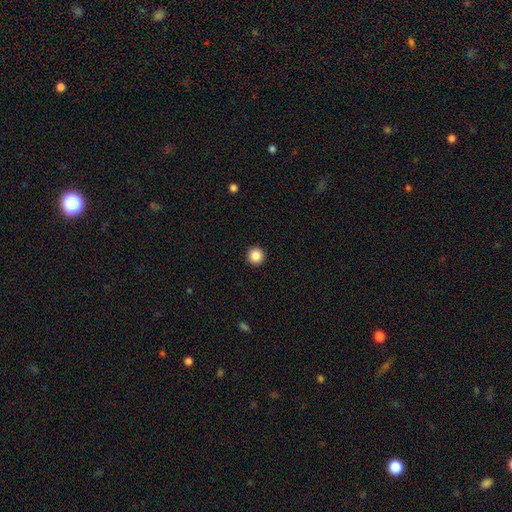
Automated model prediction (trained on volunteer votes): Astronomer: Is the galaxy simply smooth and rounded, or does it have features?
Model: smooth — 87%.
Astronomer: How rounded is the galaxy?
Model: round — 96%.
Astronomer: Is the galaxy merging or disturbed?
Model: none — 94%.